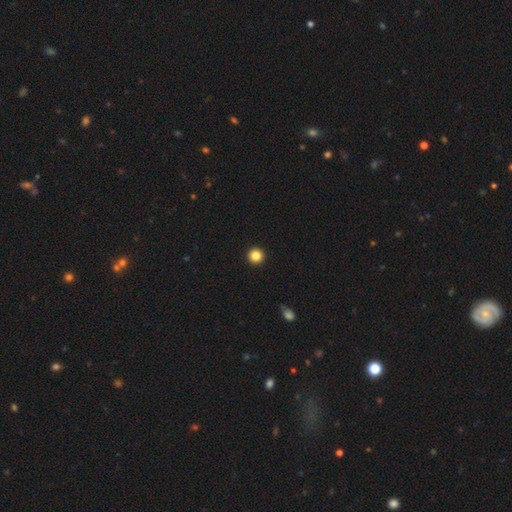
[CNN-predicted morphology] A smooth galaxy with no disk features (85%) that is round (97%).

Vote fractions:
- Smooth or featured? smooth: 85% / star or artifact: 10% / featured or disk: 5%
- How rounded? round: 97% / in between: 2% / cigar-shaped: 1%
- Merging? none: 94% / minor disturbance: 3% / major disturbance: 1% / merger: 1%